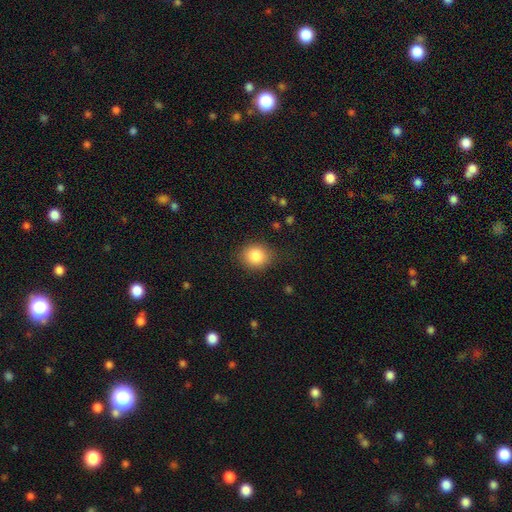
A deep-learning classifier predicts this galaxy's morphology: The model was most divided on "how rounded": round: 75%, in between: 24%, cigar-shaped: 1%. More confident: smooth or featured — smooth (85%); merging — none (83%).